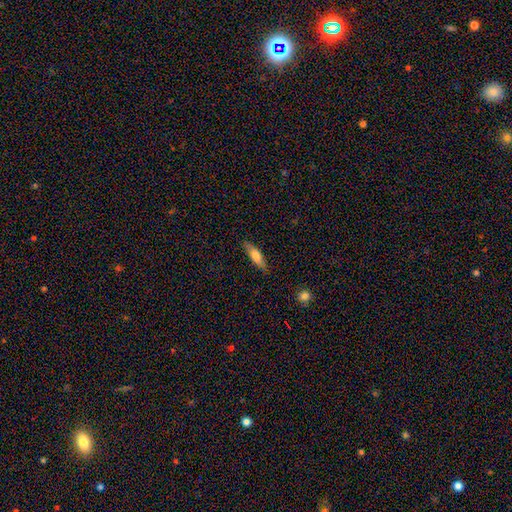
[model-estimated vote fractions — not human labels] Q: Smooth or featured?
A: smooth (70%); runner-up: featured or disk (23%)
Q: How rounded?
A: cigar-shaped (63%); runner-up: in between (35%)
Q: Merging?
A: none (83%); runner-up: minor disturbance (13%)